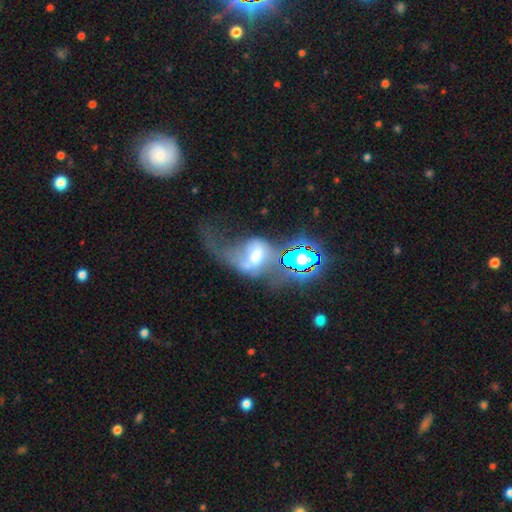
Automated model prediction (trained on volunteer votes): smooth-or-featured: featured or disk: 60% | smooth: 24% | star or artifact: 16%
  disk-edge-on: no: 94% | yes: 6%
    bar: no: 45% | weak: 36% | strong: 19%
    has-spiral-arms: yes: 72% | no: 28%
    bulge-size: moderate: 55% | small: 19% | large: 18% | dominant: 4% | none: 4%
  merging: major disturbance: 47% | merger: 22% | none: 20% | minor disturbance: 12%